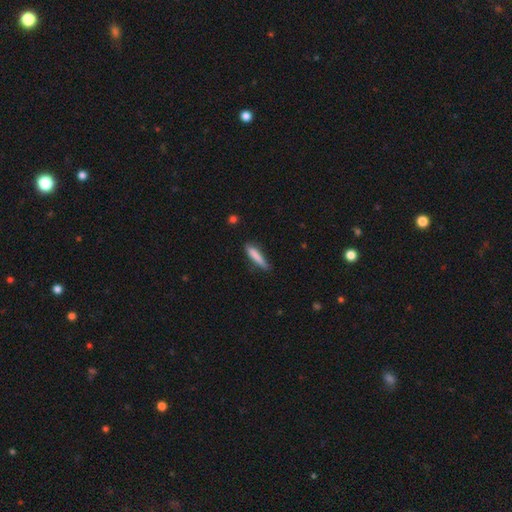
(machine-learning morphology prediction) Smooth or featured: smooth — 81% (featured or disk — 13%)
How rounded: cigar-shaped — 87% (in between — 12%)
Merging: none — 75% (minor disturbance — 20%)